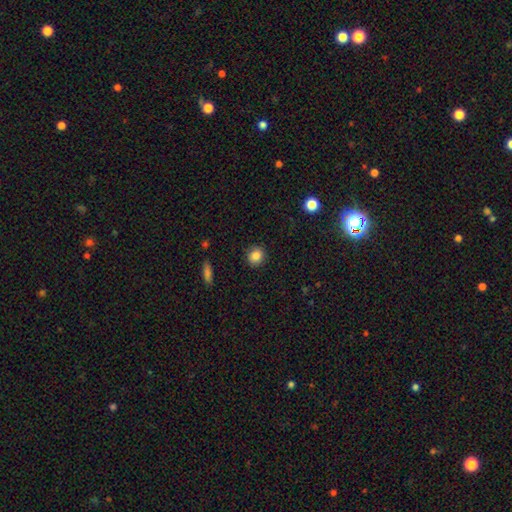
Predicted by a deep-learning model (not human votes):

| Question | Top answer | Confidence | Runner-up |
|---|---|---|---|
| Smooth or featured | smooth | 85% | star or artifact (10%) |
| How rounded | round | 85% | in between (14%) |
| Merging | none | 91% | minor disturbance (6%) |